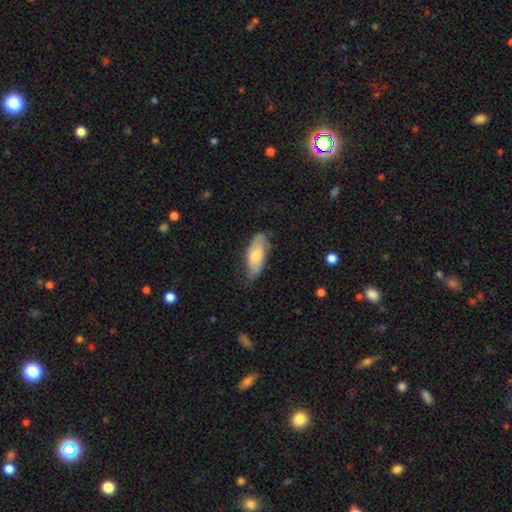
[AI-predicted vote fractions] A smooth galaxy with no disk features (59%) that is in between round and cigar-shaped (81%). Merging: none (64%).